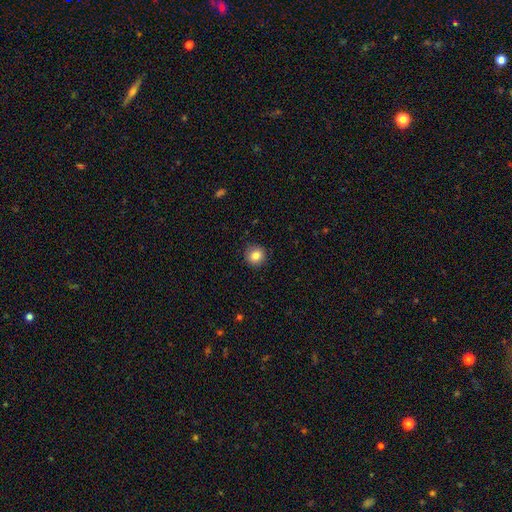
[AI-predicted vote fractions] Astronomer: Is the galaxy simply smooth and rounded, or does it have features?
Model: smooth — 83%.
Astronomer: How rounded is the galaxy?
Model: round — 93%.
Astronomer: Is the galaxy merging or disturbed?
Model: none — 90%.